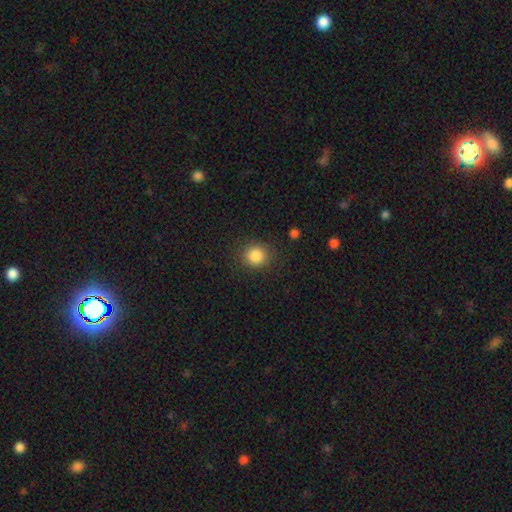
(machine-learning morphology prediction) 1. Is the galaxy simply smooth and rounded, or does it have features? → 85% smooth, 10% star or artifact, 4% featured or disk.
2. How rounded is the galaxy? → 88% round, 11% in between, 1% cigar-shaped.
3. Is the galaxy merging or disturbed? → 88% none, 8% minor disturbance, 3% major disturbance, 1% merger.